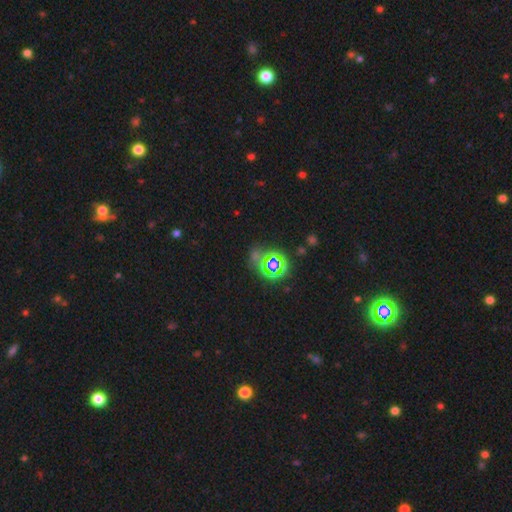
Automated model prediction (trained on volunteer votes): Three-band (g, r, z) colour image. It shows a star or artifact, not a galaxy (71%).